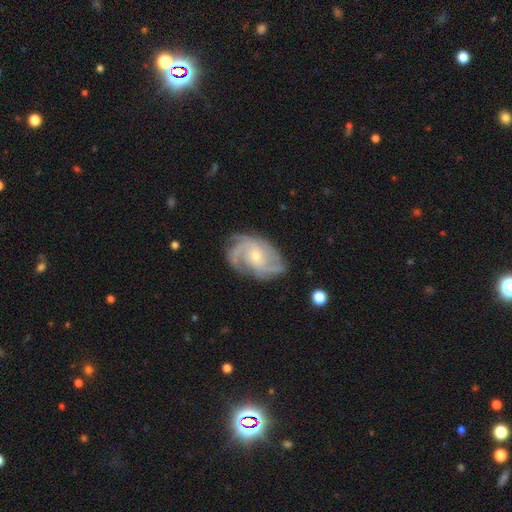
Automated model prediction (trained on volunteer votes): smooth_or_featured: featured or disk (p=0.89) [alt: smooth p=0.06]
disk_edge_on: no (p=0.97) [alt: yes p=0.03]
bar: no (p=0.66) [alt: weak p=0.28]
has_spiral_arms: yes (p=0.98) [alt: no p=0.02]
spiral_winding: tight (p=0.48) [alt: medium p=0.42]
spiral_arm_count: 3 (p=0.42) [alt: 2 p=0.17]
bulge_size: small (p=0.61) [alt: moderate p=0.36]
merging: none (p=0.73) [alt: minor disturbance p=0.19]